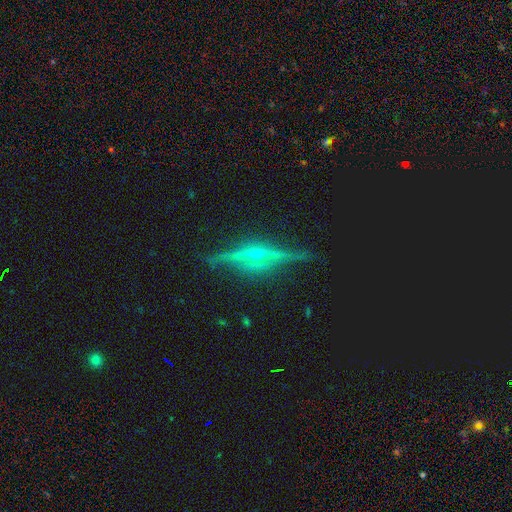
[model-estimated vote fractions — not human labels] Smooth or featured?
  - featured or disk: 83% *
  - star or artifact: 9%
  - smooth: 8%
Edge-on disk?
  - yes: 96% *
  - no: 4%
Edge-on bulge?
  - rounded: 86% *
  - none: 8%
  - boxy: 6%
Merging?
  - none: 85% *
  - minor disturbance: 11%
  - major disturbance: 3%
  - merger: 1%